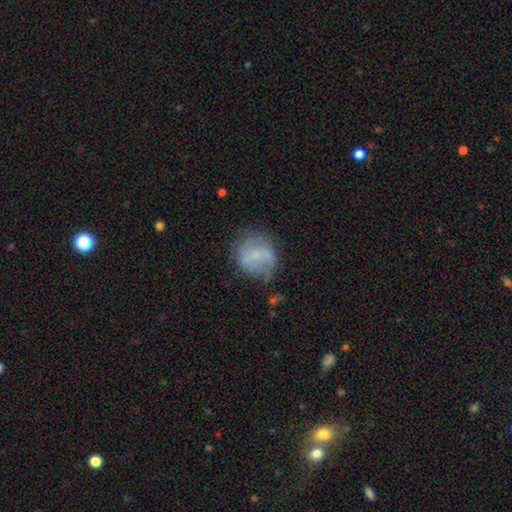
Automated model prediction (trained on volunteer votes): This appears to be a smooth galaxy with no disk features (50%). Merging: none (53%).